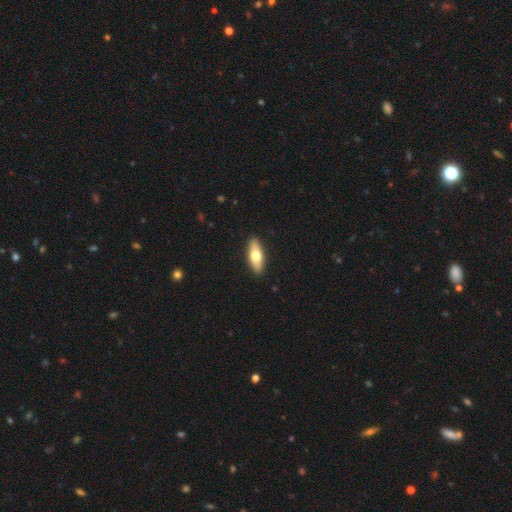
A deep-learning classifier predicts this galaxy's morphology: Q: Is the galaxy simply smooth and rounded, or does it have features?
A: smooth — 64%.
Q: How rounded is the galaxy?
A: in between — 64%.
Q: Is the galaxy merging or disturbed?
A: none — 91%.